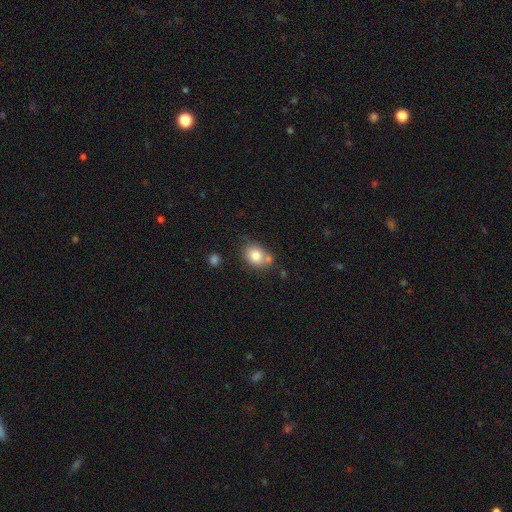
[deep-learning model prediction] smooth 80%, featured or disk 11%, star or artifact 9%. Down the decision tree: how rounded — round (51%); merging — none (60%).